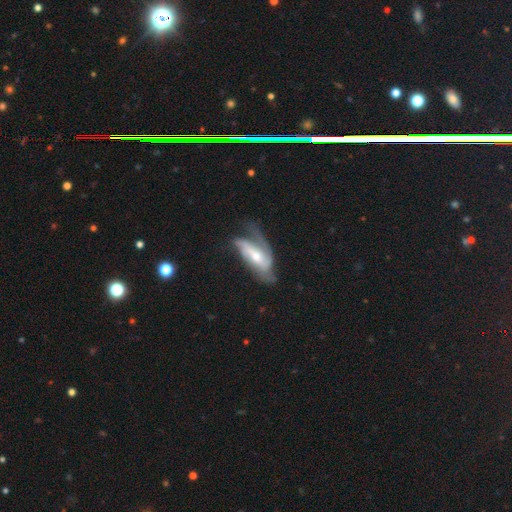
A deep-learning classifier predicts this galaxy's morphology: A featured or disk galaxy (73%) with no bar (37%), 2 (50%) medium (41%) spiral arms (87%) and a moderate central bulge (51%).

Vote fractions:
- Smooth or featured? featured or disk: 73% / smooth: 21% / star or artifact: 6%
- Edge-on disk? no: 89% / yes: 11%
- Bar? no: 37% / weak: 35% / strong: 28%
- Spiral arms? yes: 87% / no: 13%
- Spiral winding? medium: 41% / loose: 35% / tight: 24%
- Spiral arm count? 2: 50% / can't tell: 20% / 3: 16% / 1: 8% / 4: 3% / more than 4: 2%
- Bulge size? moderate: 51% / small: 41% / large: 5% / none: 2% / dominant: 1%
- Merging? none: 42% / major disturbance: 28% / minor disturbance: 28% / merger: 3%